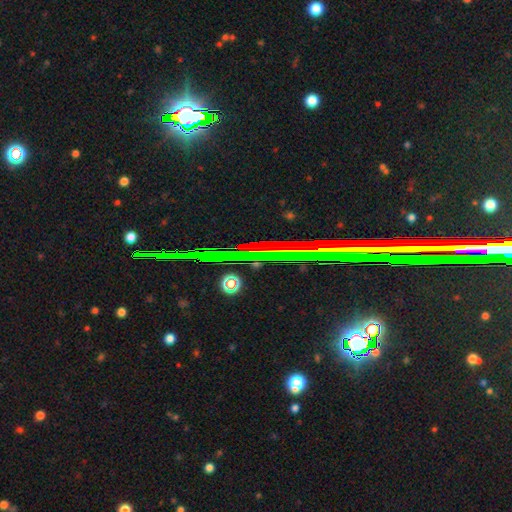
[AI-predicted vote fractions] Smooth or featured: star or artifact — 77% (featured or disk — 13%)